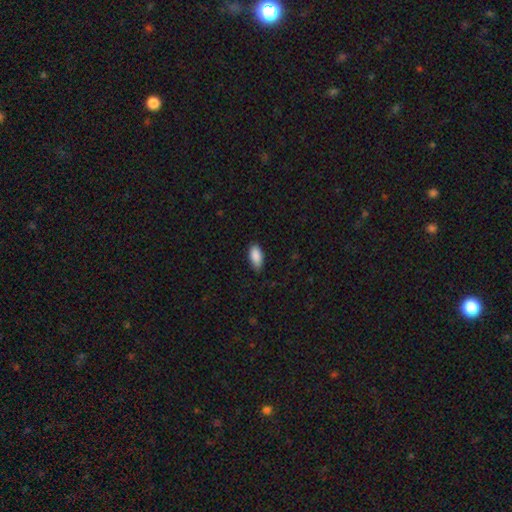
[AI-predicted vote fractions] smooth 89%, star or artifact 6%, featured or disk 4%. Down the decision tree: how rounded — in between (91%); merging — none (79%).